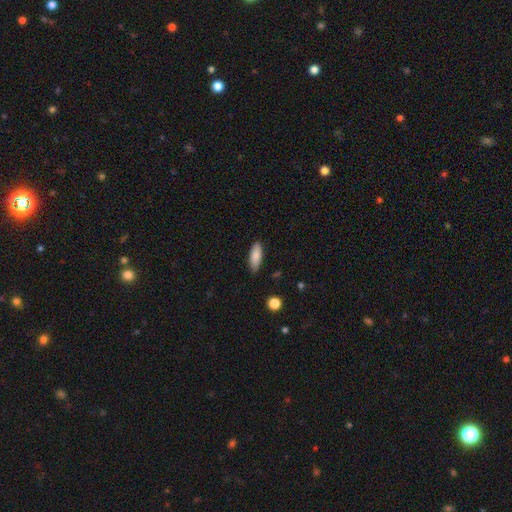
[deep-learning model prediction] A smooth galaxy with no disk features (86%) that is in between round and cigar-shaped (69%). Merging: none (85%).